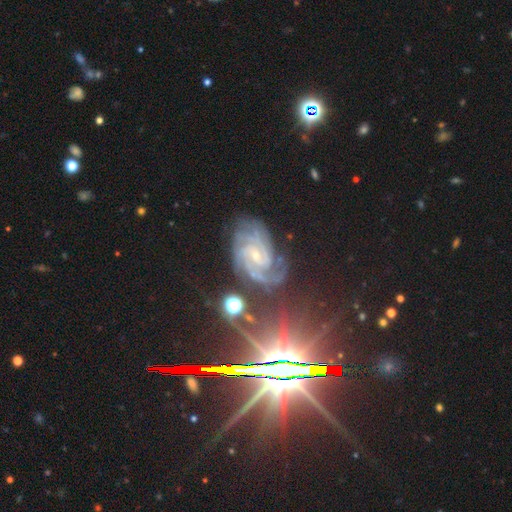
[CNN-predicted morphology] A featured or disk galaxy (84%) with no bar (52%), 3 (27%) tight (61%) spiral arms (98%) and a small central bulge (74%). Merging: none (69%).